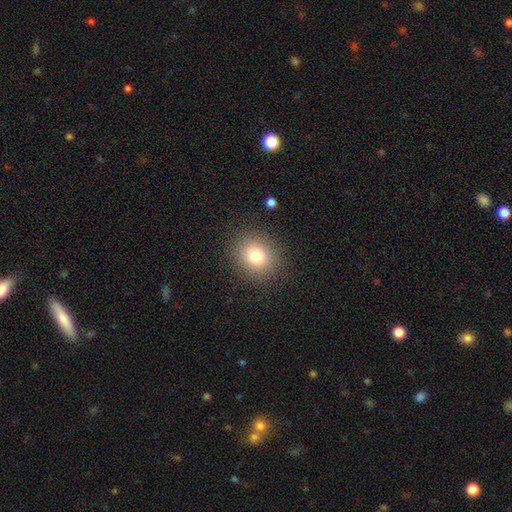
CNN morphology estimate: smooth 78%, star or artifact 13%, featured or disk 9%. Down the decision tree: how rounded — round (78%); merging — none (88%).